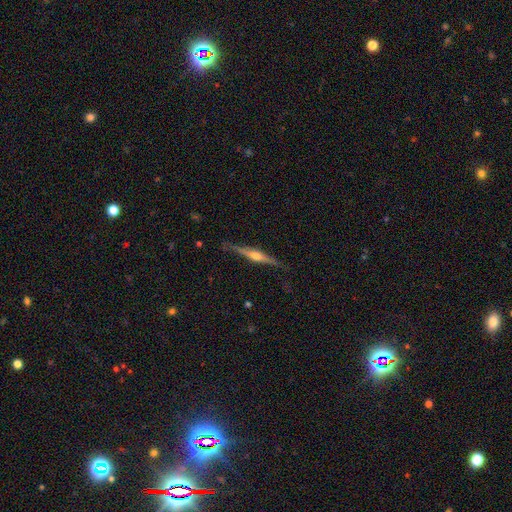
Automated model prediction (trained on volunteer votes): Smooth or featured: featured or disk — 76% (smooth — 19%)
Edge-on disk: yes — 98% (no — 2%)
Edge-on bulge: rounded — 86% (boxy — 8%)
Merging: none — 82% (minor disturbance — 14%)